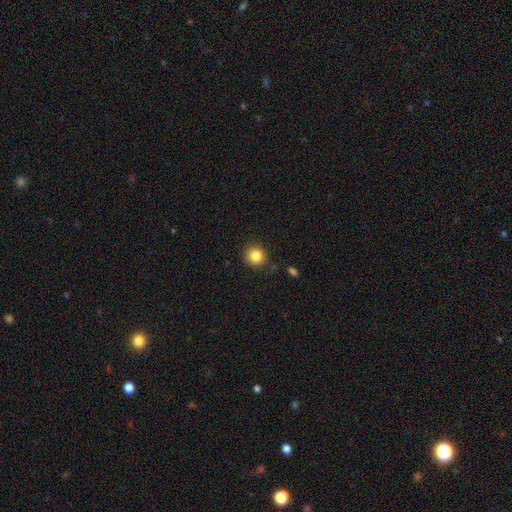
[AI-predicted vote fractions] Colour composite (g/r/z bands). It shows a smooth galaxy with no disk features (84%) that is round (89%). Merging: none (86%).